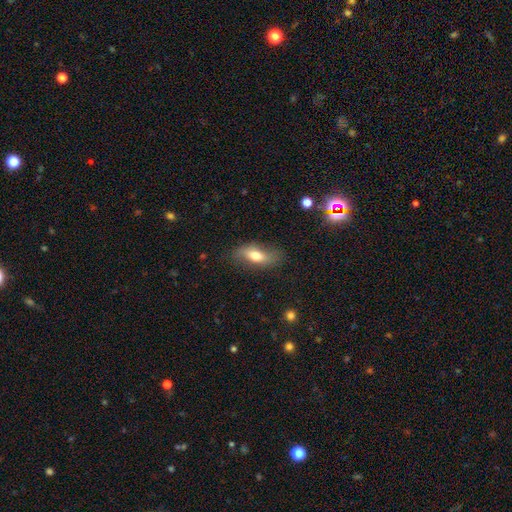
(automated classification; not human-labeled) smooth_or_featured: smooth (p=0.63) [alt: featured or disk p=0.29]
how_rounded: in between (p=0.74) [alt: cigar-shaped p=0.21]
merging: none (p=0.73) [alt: minor disturbance p=0.20]